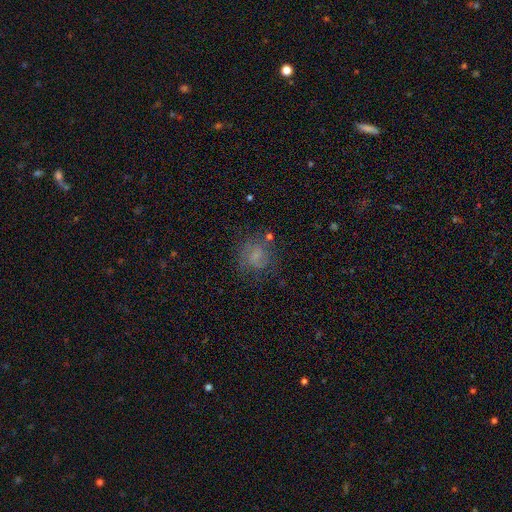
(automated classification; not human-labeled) This appears to be a smooth galaxy with no disk features (48%). Merging: none (62%).